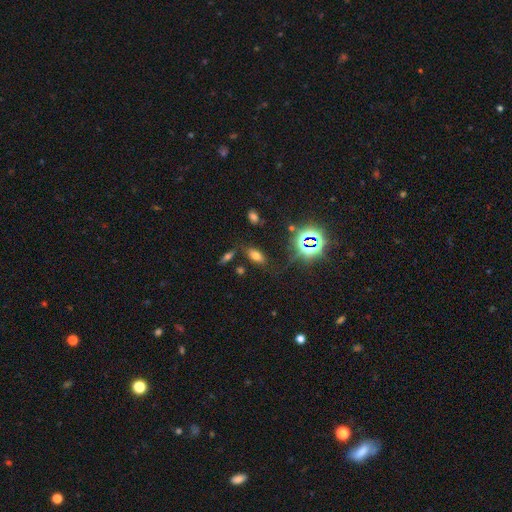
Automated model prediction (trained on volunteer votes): Smooth or featured? Predicted: smooth (p=0.58). How rounded? Predicted: in between (p=0.86). Merging? Predicted: none (p=0.77).